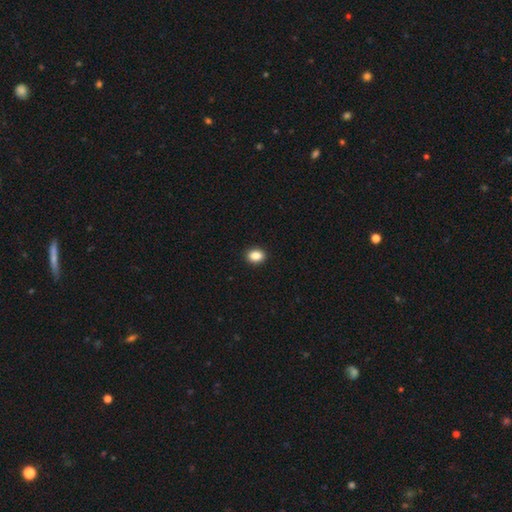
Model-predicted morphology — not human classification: Smooth or featured? smooth (87%)
How rounded? in between (57%)
Merging? none (92%)